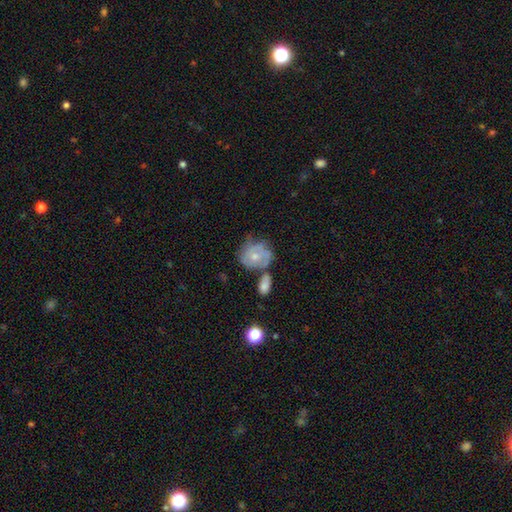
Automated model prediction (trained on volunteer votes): Smooth or featured? Predicted: smooth (p=0.47). Merging? Predicted: none (p=0.38).